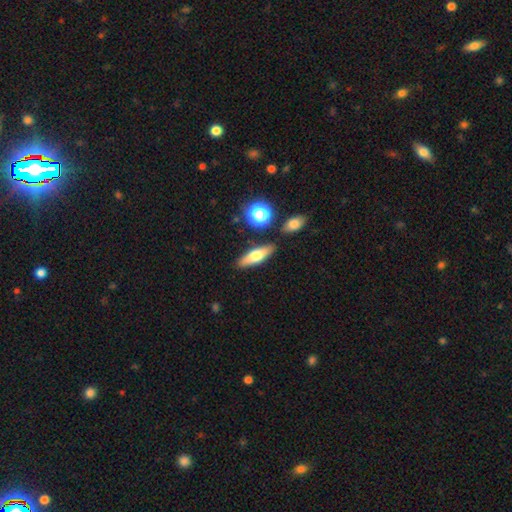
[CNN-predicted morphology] A smooth galaxy with no disk features (61%) that is in between round and cigar-shaped (49%). Merging: none (83%).